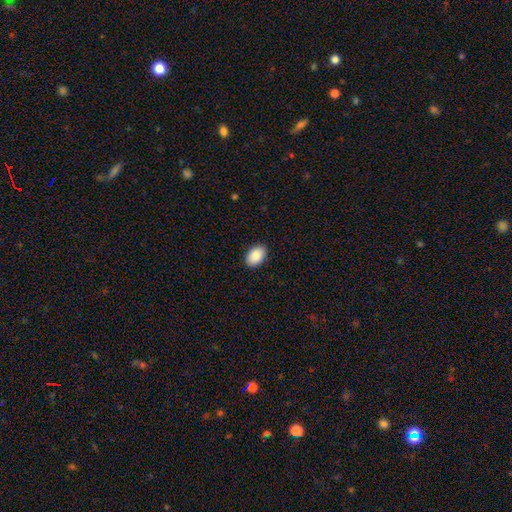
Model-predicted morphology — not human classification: smooth-or-featured: smooth: 88% | star or artifact: 7% | featured or disk: 5%
  how-rounded: in between: 91% | round: 8% | cigar-shaped: 1%
  merging: none: 90% | minor disturbance: 7% | major disturbance: 2% | merger: 1%